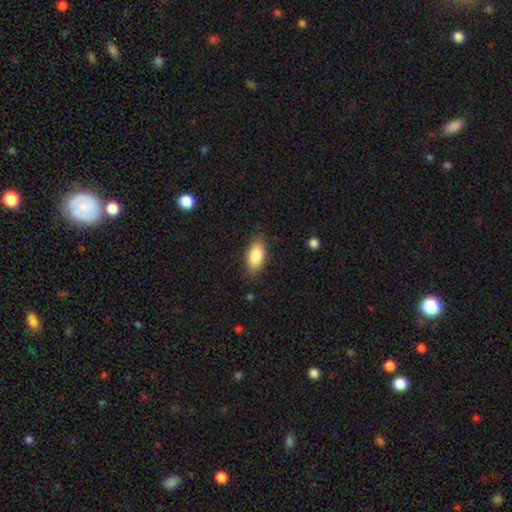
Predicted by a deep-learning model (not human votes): A smooth galaxy with no disk features (86%) that is in between round and cigar-shaped (91%). Merging: none (83%).